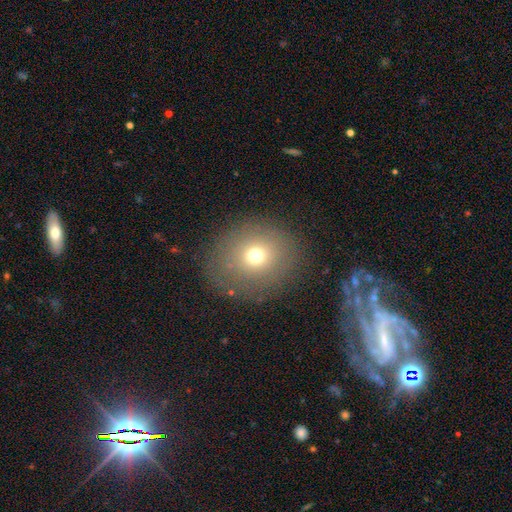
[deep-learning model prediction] Q: Smooth or featured?
A: smooth (69%); runner-up: star or artifact (17%)
Q: How rounded?
A: round (83%); runner-up: in between (16%)
Q: Merging?
A: none (84%); runner-up: minor disturbance (9%)